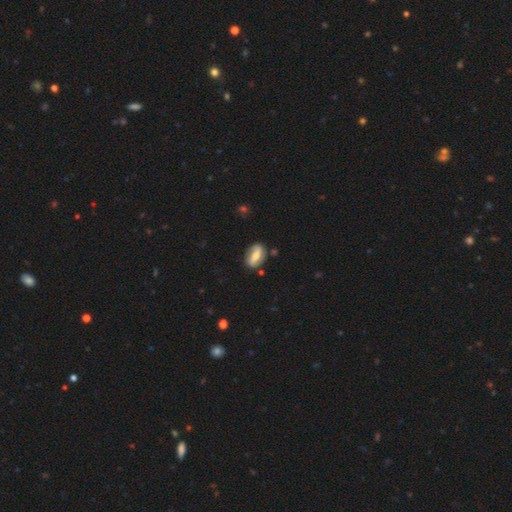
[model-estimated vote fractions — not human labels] Smooth or featured? featured or disk (53%)
Edge-on disk? no (89%)
Merging? none (78%)